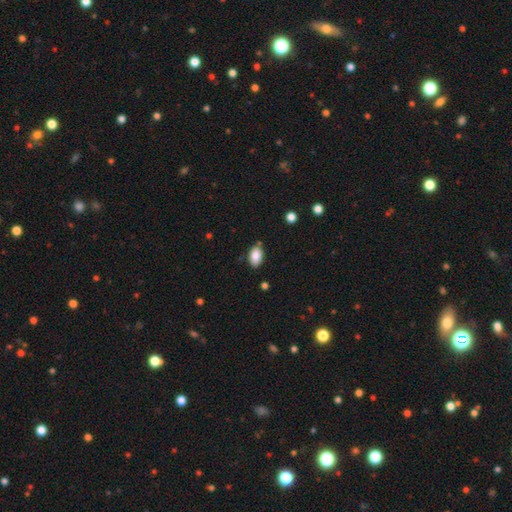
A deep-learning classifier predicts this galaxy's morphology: This is clearly a smooth galaxy (85%). How rounded: clearly in between (91%). Merging: likely none (79%).